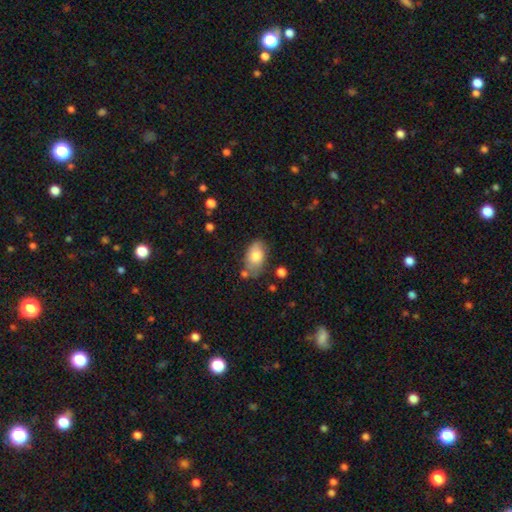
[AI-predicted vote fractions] smooth 77%, featured or disk 16%, star or artifact 7%. Down the decision tree: how rounded — in between (91%); merging — none (64%).